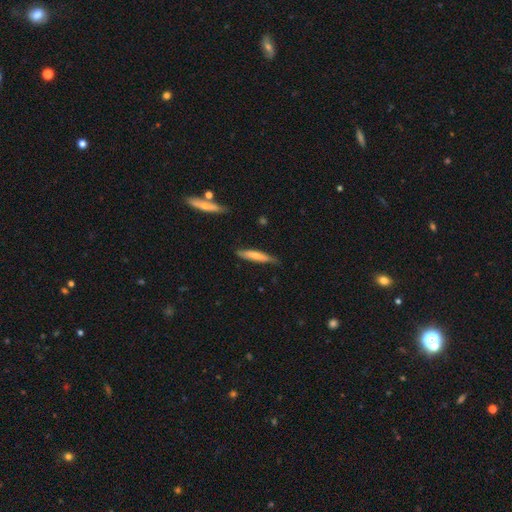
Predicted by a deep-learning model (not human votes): A smooth galaxy with no disk features (68%) that is cigar-shaped (87%).

Vote fractions:
- Smooth or featured? smooth: 68% / featured or disk: 27% / star or artifact: 5%
- How rounded? cigar-shaped: 87% / in between: 12% / round: 1%
- Merging? none: 75% / minor disturbance: 20% / major disturbance: 3% / merger: 2%